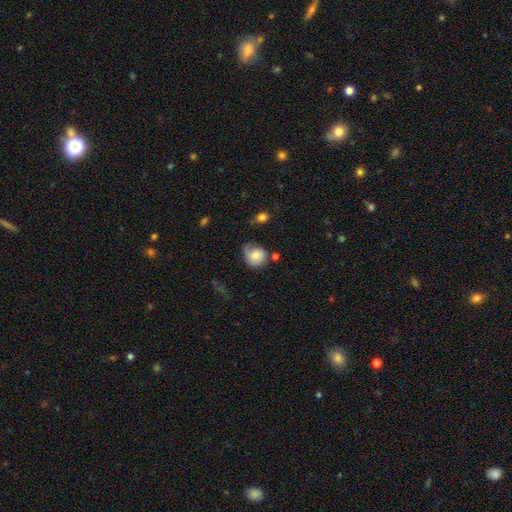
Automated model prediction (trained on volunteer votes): Morphology: type=smooth (64%); roundness=round (73%); merging=none (42%).